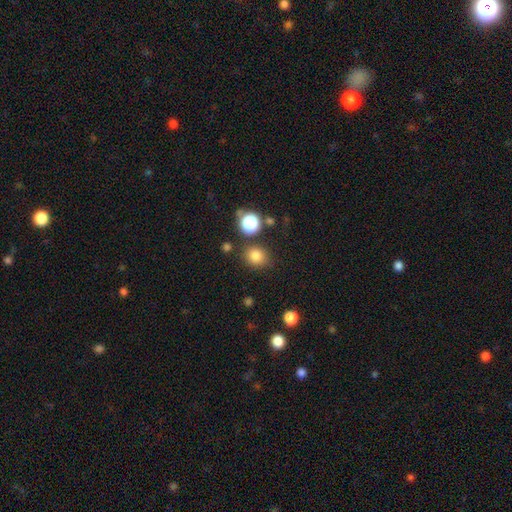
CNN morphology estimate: type=smooth (80%); roundness=round (75%); merging=none (81%).